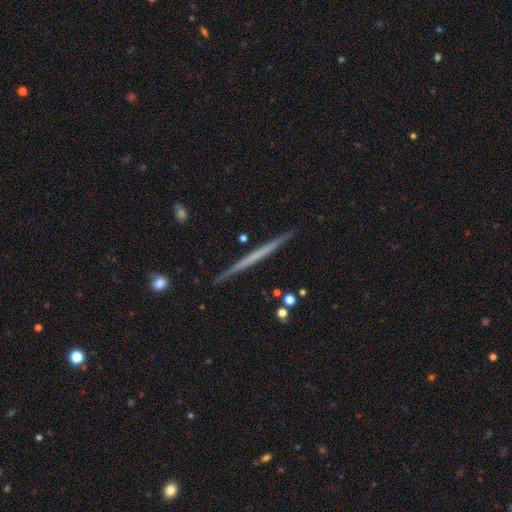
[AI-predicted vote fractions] Overall: featured or disk (60%; smooth 35%). Edge-on disk: yes (98%). Edge-on bulge: none (93%). Merging: none (91%).